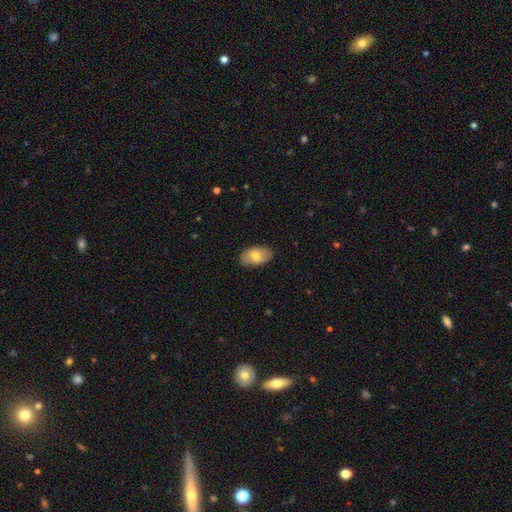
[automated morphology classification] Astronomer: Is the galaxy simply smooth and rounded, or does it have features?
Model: smooth — 74%.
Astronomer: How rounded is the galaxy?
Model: in between — 93%.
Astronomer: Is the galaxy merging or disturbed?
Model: none — 86%.